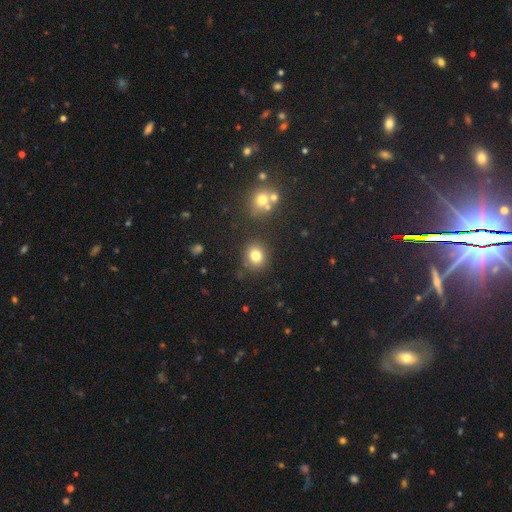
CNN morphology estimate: A smooth galaxy with no disk features (80%) that is round (80%).

Vote fractions:
- Smooth or featured? smooth: 80% / star or artifact: 13% / featured or disk: 7%
- How rounded? round: 80% / in between: 19% / cigar-shaped: 1%
- Merging? none: 83% / minor disturbance: 9% / merger: 5% / major disturbance: 3%